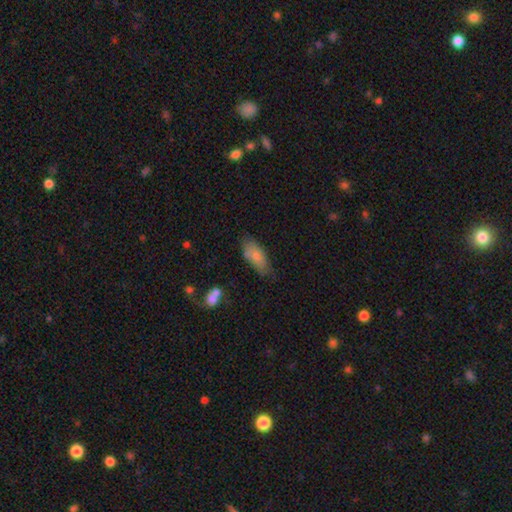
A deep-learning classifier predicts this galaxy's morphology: smooth-or-featured: smooth: 74% | featured or disk: 19% | star or artifact: 7%
  how-rounded: in between: 84% | cigar-shaped: 14% | round: 3%
  merging: none: 60% | minor disturbance: 27% | major disturbance: 7% | merger: 7%